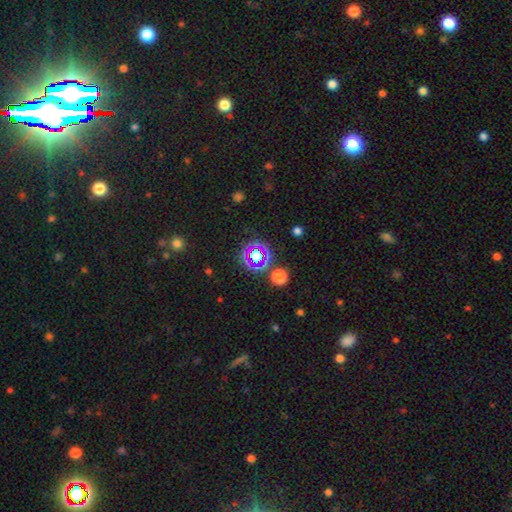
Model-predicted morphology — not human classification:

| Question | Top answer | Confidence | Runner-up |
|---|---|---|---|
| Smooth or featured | star or artifact | 62% | smooth (27%) |